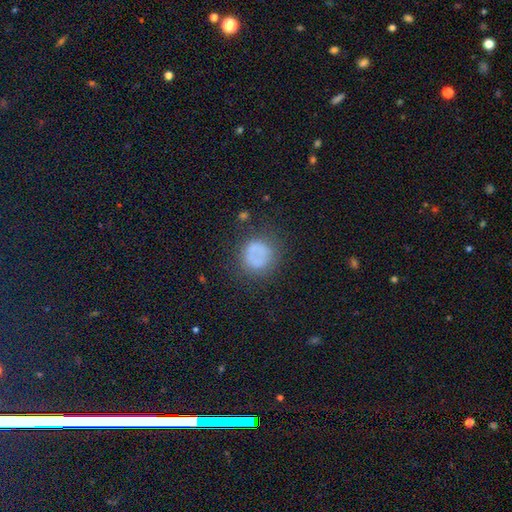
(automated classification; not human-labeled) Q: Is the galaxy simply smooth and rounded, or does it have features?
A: smooth — 63%.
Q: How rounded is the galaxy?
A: round — 90%.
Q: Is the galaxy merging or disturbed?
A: none — 73%.